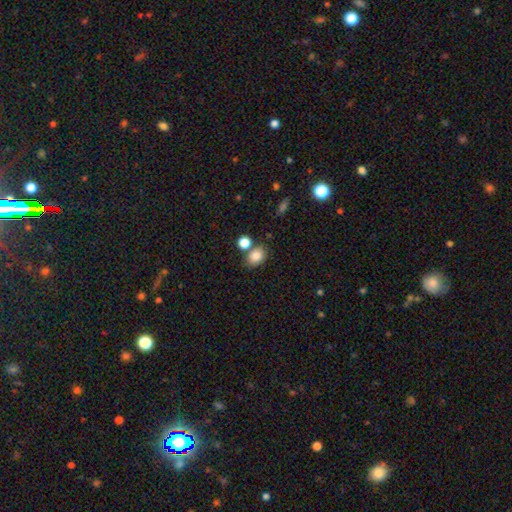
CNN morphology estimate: This appears to be a smooth galaxy with no disk features (84%) that is in between round and cigar-shaped (59%). Merging: none (64%).